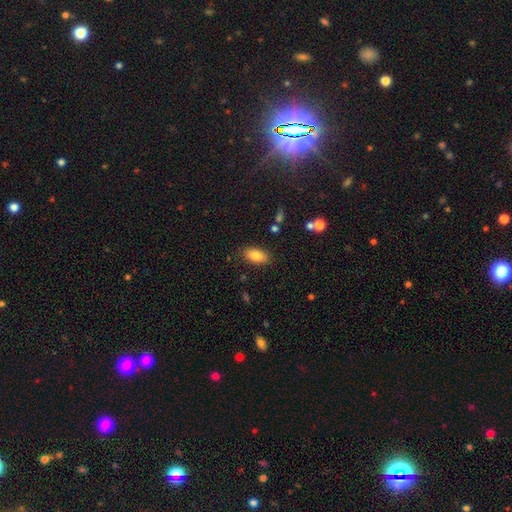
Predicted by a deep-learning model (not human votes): Smooth or featured?
  - smooth: 84% *
  - featured or disk: 8%
  - star or artifact: 8%
How rounded?
  - in between: 90% *
  - cigar-shaped: 6%
  - round: 3%
Merging?
  - none: 85% *
  - minor disturbance: 10%
  - major disturbance: 3%
  - merger: 2%